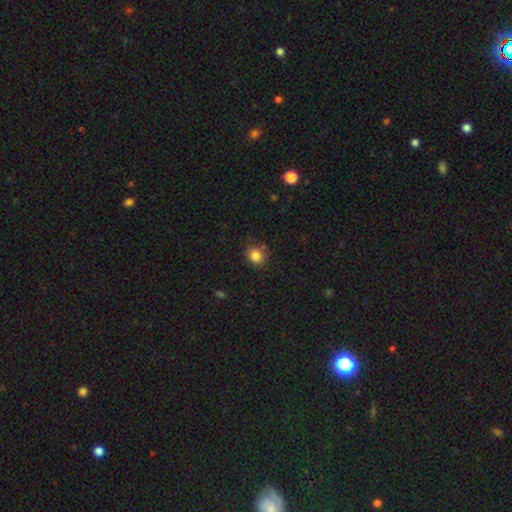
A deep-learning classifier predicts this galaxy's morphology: Smooth or featured? Predicted: smooth (p=0.83). How rounded? Predicted: round (p=0.81). Merging? Predicted: none (p=0.79).